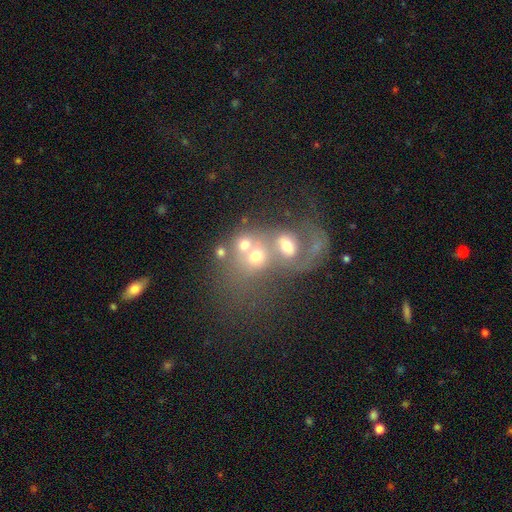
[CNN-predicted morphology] featured or disk 43%, smooth 39%, star or artifact 18%. Down the decision tree: merging — merger (65%).